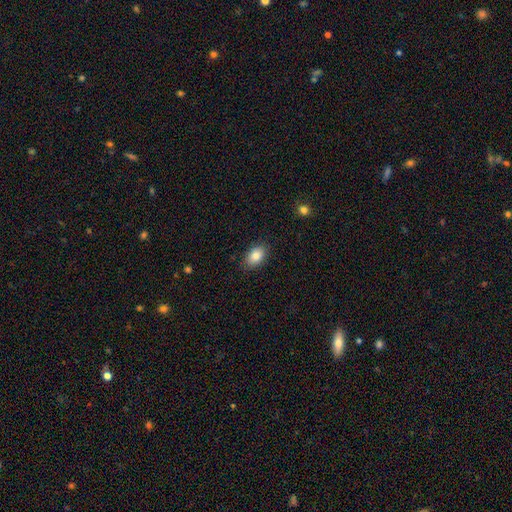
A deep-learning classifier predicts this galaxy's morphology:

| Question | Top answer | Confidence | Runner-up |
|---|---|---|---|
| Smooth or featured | smooth | 84% | featured or disk (8%) |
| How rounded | in between | 88% | round (10%) |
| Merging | none | 87% | minor disturbance (10%) |